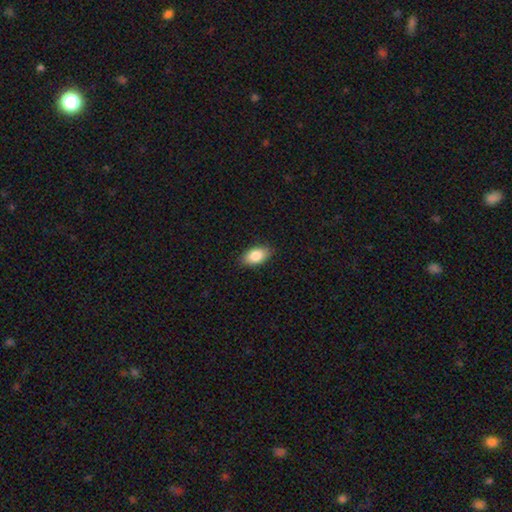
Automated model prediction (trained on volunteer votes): smooth-or-featured: smooth: 85% | featured or disk: 8% | star or artifact: 7%
  how-rounded: in between: 93% | round: 5% | cigar-shaped: 2%
  merging: none: 87% | minor disturbance: 10% | major disturbance: 2% | merger: 1%